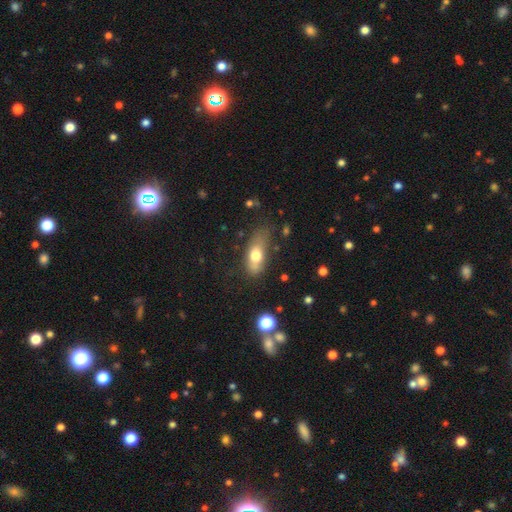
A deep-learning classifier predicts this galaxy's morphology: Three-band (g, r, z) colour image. It shows a smooth galaxy with no disk features (68%) that is in between round and cigar-shaped (75%). Merging: none (52%).